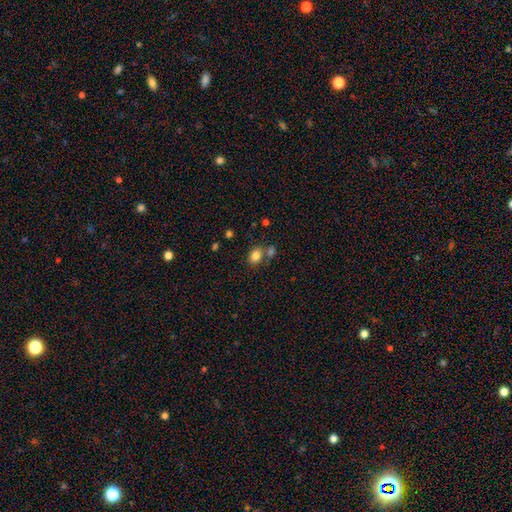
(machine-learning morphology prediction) smooth 83%, star or artifact 10%, featured or disk 7%. Down the decision tree: how rounded — in between (63%); merging — none (61%).